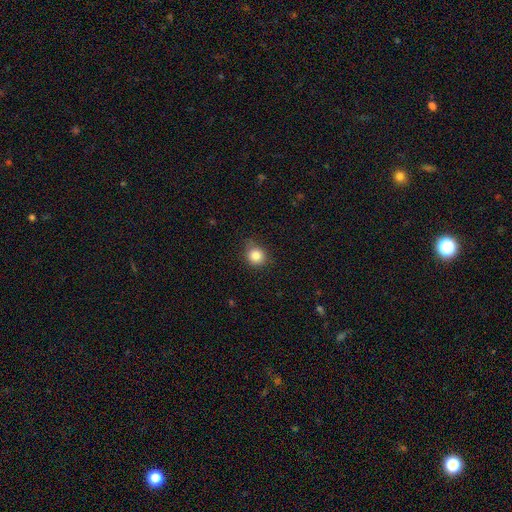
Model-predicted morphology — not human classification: A smooth galaxy with no disk features (85%) that is round (84%).

Vote fractions:
- Smooth or featured? smooth: 85% / star or artifact: 10% / featured or disk: 5%
- How rounded? round: 84% / in between: 15% / cigar-shaped: 1%
- Merging? none: 78% / minor disturbance: 18% / major disturbance: 3% / merger: 1%